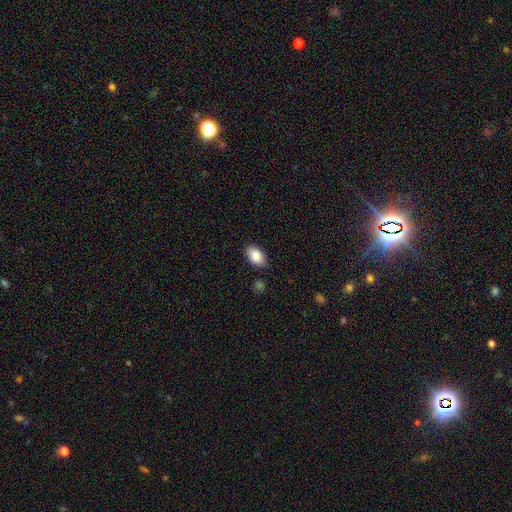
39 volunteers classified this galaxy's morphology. A smooth galaxy with no disk features (77%) that is in between round and cigar-shaped (93%).

Vote fractions:
- Smooth or featured? smooth: 77% / featured or disk: 15% / star or artifact: 8%
- How rounded? in between: 93% / round: 7% / cigar-shaped: 0%
- Merging? none: 81% / minor disturbance: 14% / major disturbance: 6% / merger: 0%